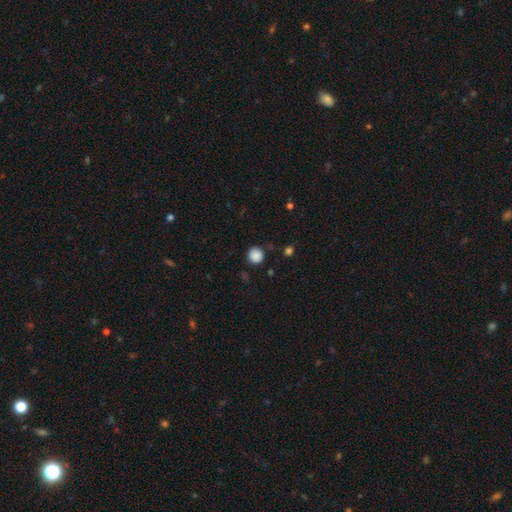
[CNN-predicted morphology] smooth-or-featured: smooth: 87% | star or artifact: 10% | featured or disk: 3%
  how-rounded: round: 92% | in between: 7% | cigar-shaped: 1%
  merging: none: 86% | minor disturbance: 9% | major disturbance: 3% | merger: 2%